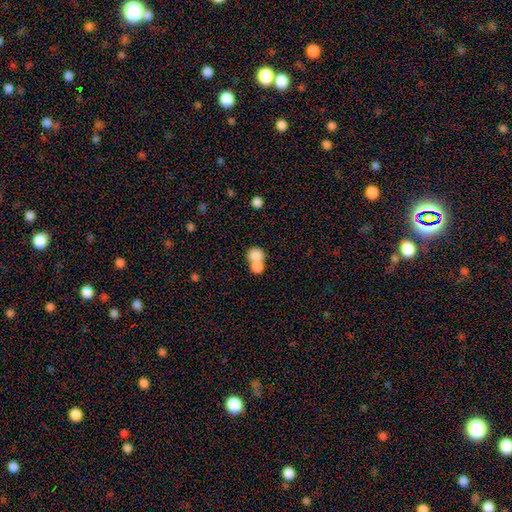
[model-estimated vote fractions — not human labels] Smooth or featured? Predicted: smooth (p=0.80). How rounded? Predicted: round (p=0.71). Merging? Predicted: merger (p=0.65).